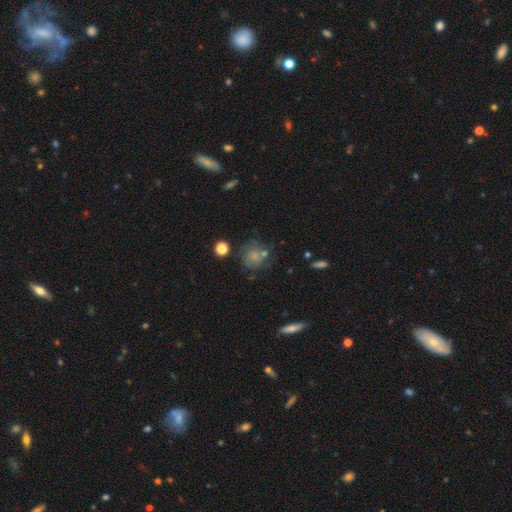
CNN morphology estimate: Q: Smooth or featured?
A: smooth (63%); runner-up: featured or disk (23%)
Q: How rounded?
A: round (80%); runner-up: in between (19%)
Q: Merging?
A: none (56%); runner-up: minor disturbance (20%)